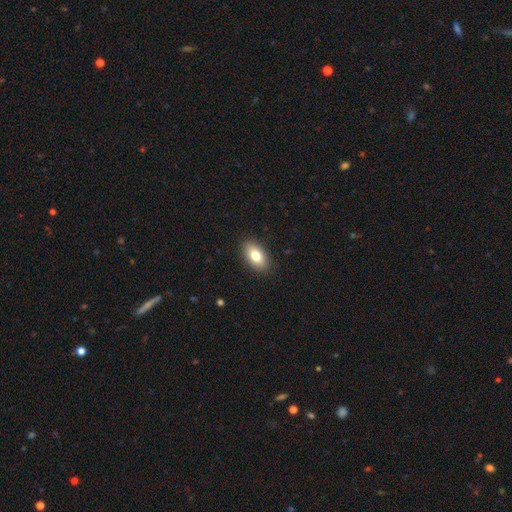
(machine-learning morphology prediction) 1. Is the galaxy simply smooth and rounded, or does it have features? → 80% smooth, 13% featured or disk, 7% star or artifact.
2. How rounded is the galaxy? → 92% in between, 6% round, 3% cigar-shaped.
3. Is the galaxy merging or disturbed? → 89% none, 8% minor disturbance, 2% major disturbance, 1% merger.